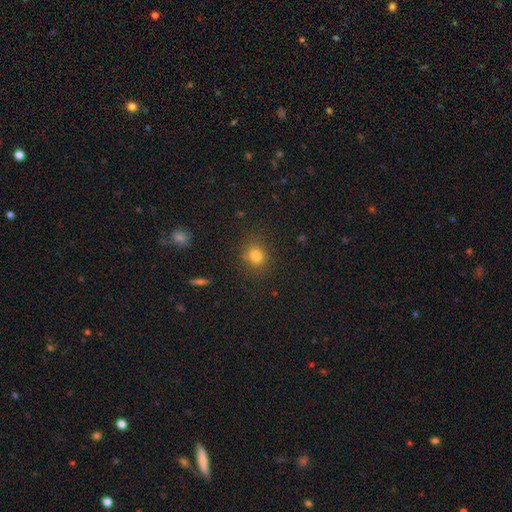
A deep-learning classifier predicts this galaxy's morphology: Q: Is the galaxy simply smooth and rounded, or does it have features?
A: smooth — 80%.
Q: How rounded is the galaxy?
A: round — 75%.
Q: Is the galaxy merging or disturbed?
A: none — 81%.